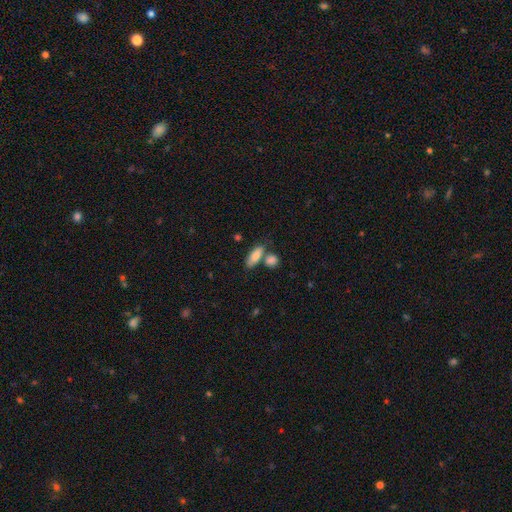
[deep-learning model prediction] Smooth or featured? smooth (82%)
How rounded? in between (72%)
Merging? none (56%)